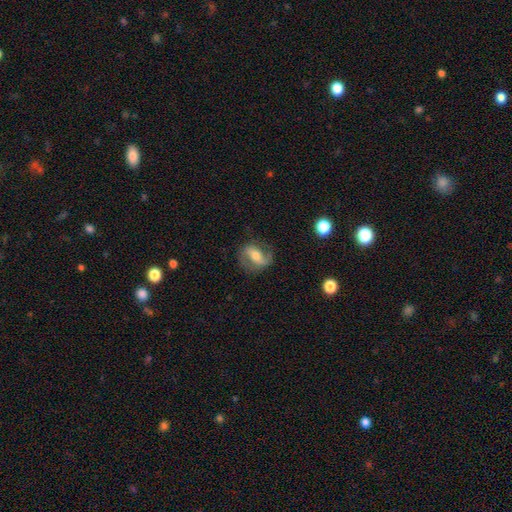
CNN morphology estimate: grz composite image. It shows a featured or disk galaxy (69%) with a strong bar (41%), 2 (84%) medium (43%) spiral arms (87%) and a moderate central bulge (63%). Merging: none (72%).